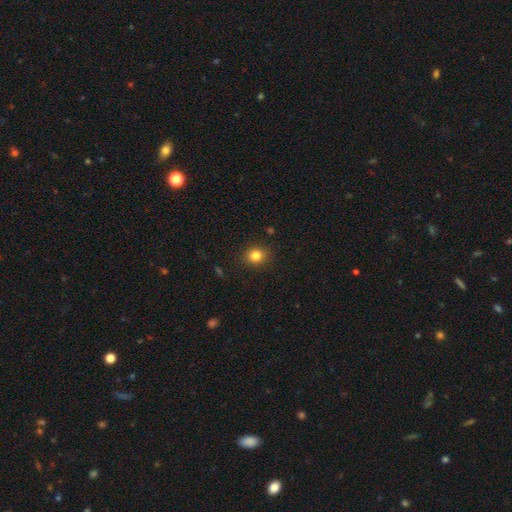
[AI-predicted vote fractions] A smooth galaxy with no disk features (83%) that is round (74%).

Vote fractions:
- Smooth or featured? smooth: 83% / star or artifact: 11% / featured or disk: 6%
- How rounded? round: 74% / in between: 25% / cigar-shaped: 1%
- Merging? none: 89% / minor disturbance: 8% / major disturbance: 2% / merger: 1%